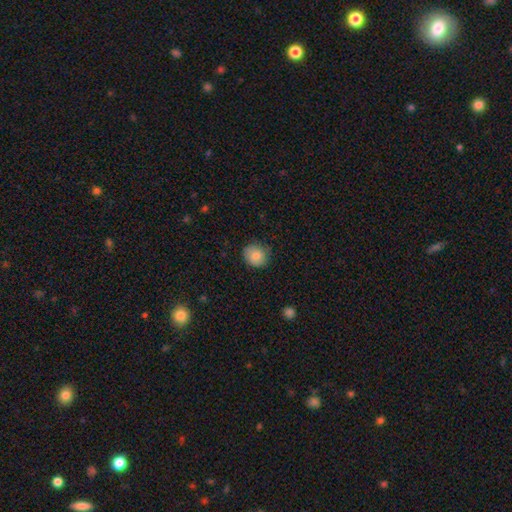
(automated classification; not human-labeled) A smooth galaxy with no disk features (84%) that is round (76%). Merging: none (80%).